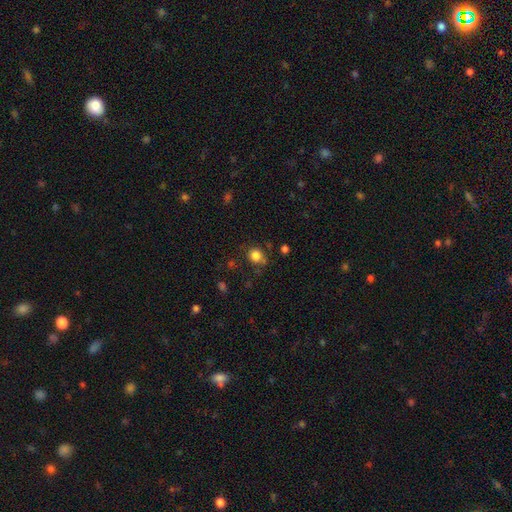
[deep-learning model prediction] The model was most divided on "merging": none: 73%, minor disturbance: 16%, merger: 6%, major disturbance: 6%. More confident: how rounded — round (83%); smooth or featured — smooth (82%).